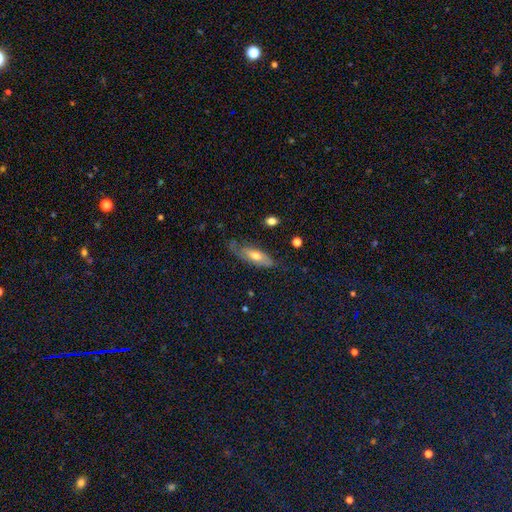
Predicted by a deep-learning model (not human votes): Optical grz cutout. It shows a smooth galaxy with no disk features (53%) that is in between round and cigar-shaped (67%). Merging: none (55%).